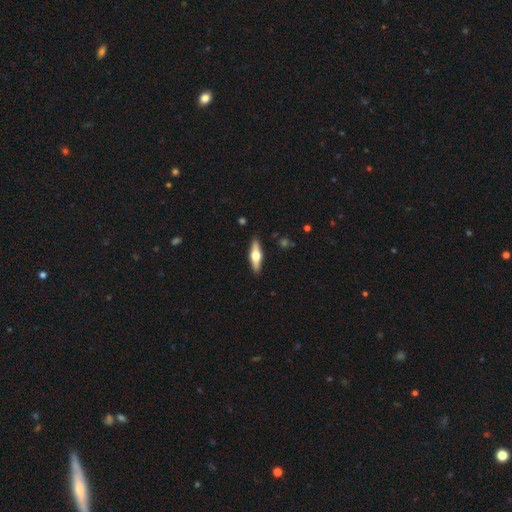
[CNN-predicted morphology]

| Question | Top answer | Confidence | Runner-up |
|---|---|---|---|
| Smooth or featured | featured or disk | 56% | smooth (39%) |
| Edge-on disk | yes | 93% | no (7%) |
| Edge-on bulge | rounded | 95% | boxy (3%) |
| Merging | none | 90% | minor disturbance (7%) |